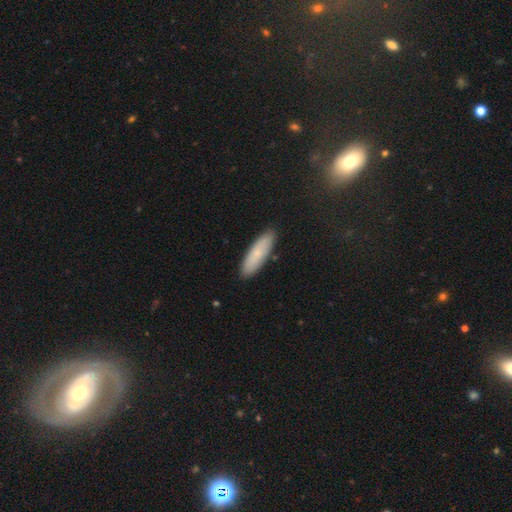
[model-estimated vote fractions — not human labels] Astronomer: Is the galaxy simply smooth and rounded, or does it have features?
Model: smooth — 76%.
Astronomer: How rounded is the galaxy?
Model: cigar-shaped — 59% (runner-up: in between, 39%).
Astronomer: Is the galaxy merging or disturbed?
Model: none — 88%.